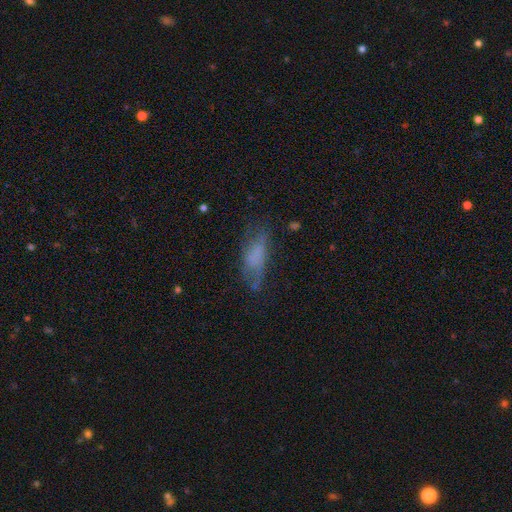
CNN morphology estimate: smooth 57%, featured or disk 31%, star or artifact 12%. Down the decision tree: how rounded — in between (65%); merging — none (47%).